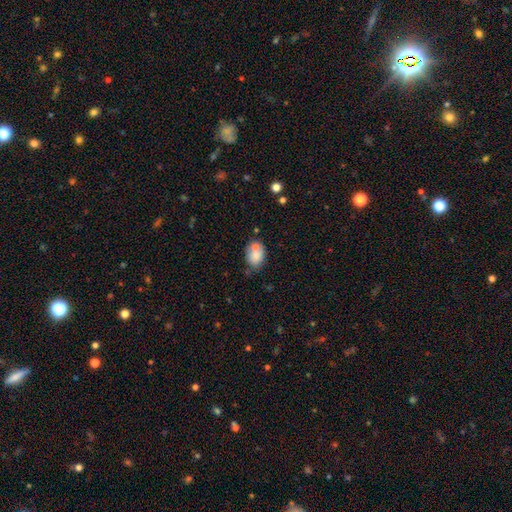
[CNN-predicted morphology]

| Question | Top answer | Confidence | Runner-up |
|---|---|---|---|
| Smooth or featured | smooth | 76% | featured or disk (15%) |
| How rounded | in between | 69% | round (30%) |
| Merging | none | 49% | merger (28%) |